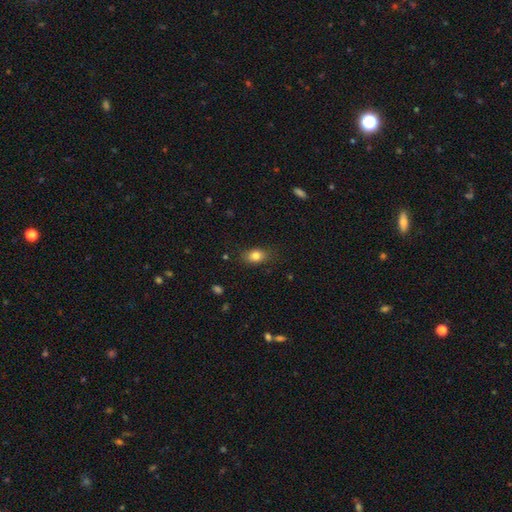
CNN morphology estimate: A smooth galaxy with no disk features (82%) that is in between round and cigar-shaped (75%).

Vote fractions:
- Smooth or featured? smooth: 82% / star or artifact: 10% / featured or disk: 9%
- How rounded? in between: 75% / round: 23% / cigar-shaped: 3%
- Merging? none: 81% / minor disturbance: 14% / major disturbance: 3% / merger: 1%